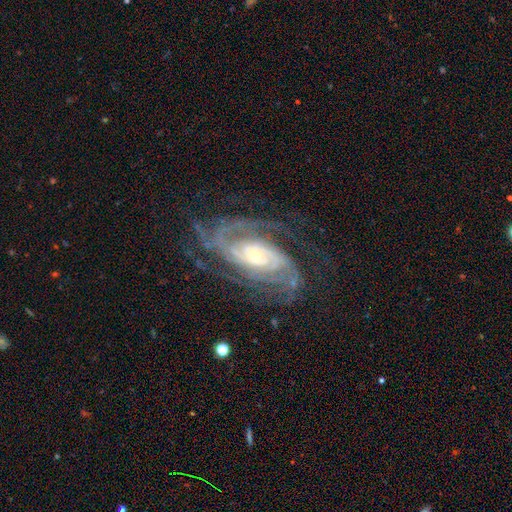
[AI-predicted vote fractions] Smooth or featured? featured or disk (91%)
Edge-on disk? no (96%)
Bar? no (60%)
Spiral arms? yes (98%)
Spiral winding? tight (56%)
Spiral arm count? 2 (30%)
Bulge size? small (65%)
Merging? none (70%)